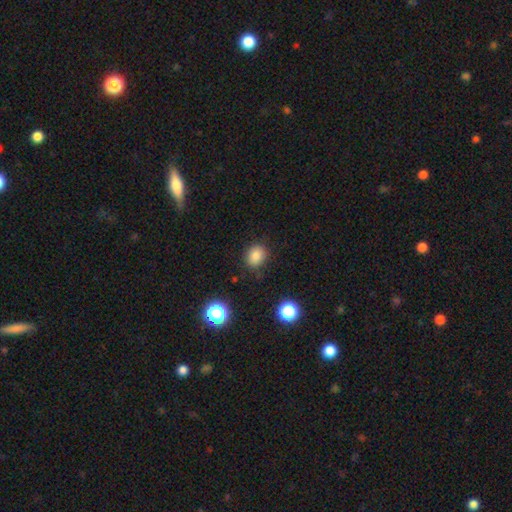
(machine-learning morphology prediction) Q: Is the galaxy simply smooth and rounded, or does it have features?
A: smooth — 83%.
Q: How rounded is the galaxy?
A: round — 54%.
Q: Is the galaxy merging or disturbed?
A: none — 84%.